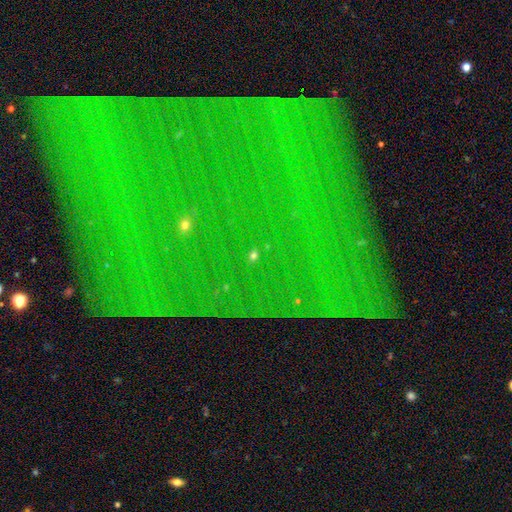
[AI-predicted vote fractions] Overall: star or artifact (83%).